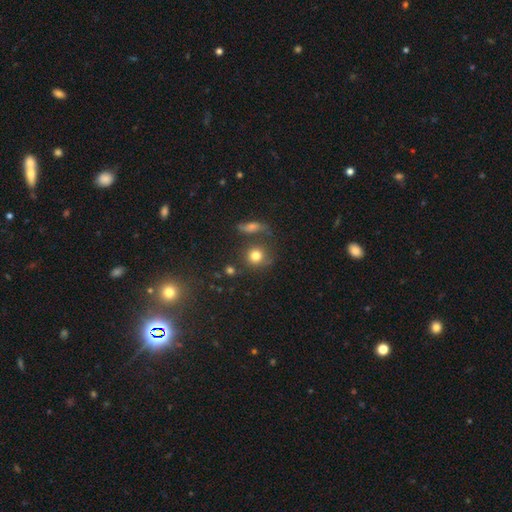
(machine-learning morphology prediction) The model was most divided on "merging": none: 67%, minor disturbance: 14%, merger: 12%, major disturbance: 6%. More confident: how rounded — round (86%); smooth or featured — smooth (78%).